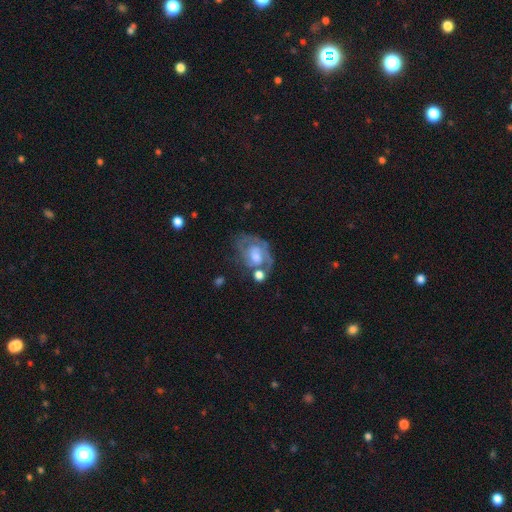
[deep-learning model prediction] Q: Smooth or featured?
A: featured or disk (72%); runner-up: smooth (21%)
Q: Edge-on disk?
A: no (97%); runner-up: yes (3%)
Q: Bar?
A: no (62%); runner-up: weak (31%)
Q: Spiral arms?
A: yes (77%); runner-up: no (23%)
Q: Spiral winding?
A: tight (49%); runner-up: medium (37%)
Q: Spiral arm count?
A: 2 (41%); runner-up: can't tell (29%)
Q: Bulge size?
A: moderate (47%); runner-up: small (28%)
Q: Merging?
A: none (41%); runner-up: minor disturbance (22%)